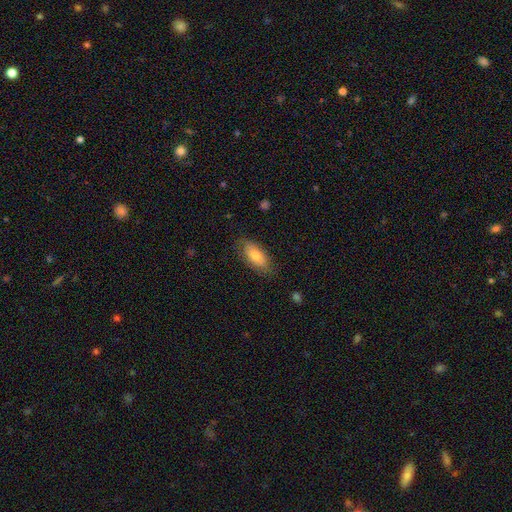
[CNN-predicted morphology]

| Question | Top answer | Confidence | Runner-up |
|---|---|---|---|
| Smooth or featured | smooth | 74% | featured or disk (19%) |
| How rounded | in between | 85% | cigar-shaped (12%) |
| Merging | none | 79% | minor disturbance (16%) |